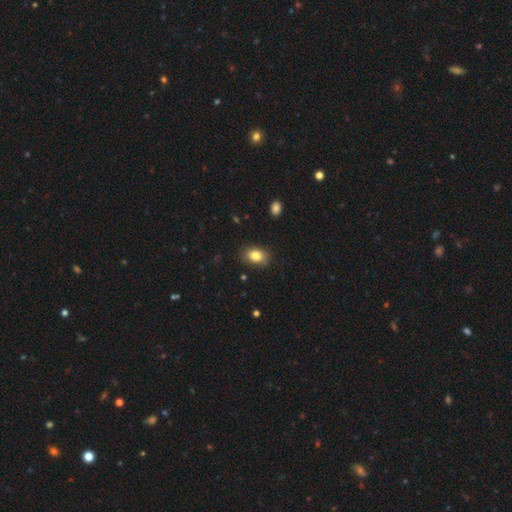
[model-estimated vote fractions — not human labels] smooth_or_featured: smooth (p=0.83) [alt: star or artifact p=0.08]
how_rounded: in between (p=0.75) [alt: round p=0.24]
merging: none (p=0.83) [alt: minor disturbance p=0.13]